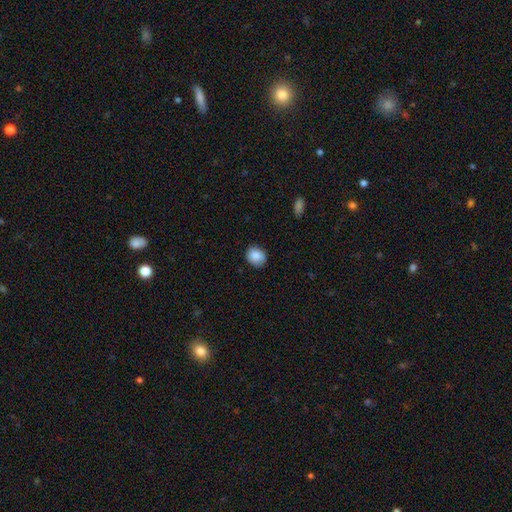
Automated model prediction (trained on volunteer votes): A smooth galaxy with no disk features (86%) that is round (59%).

Vote fractions:
- Smooth or featured? smooth: 86% / star or artifact: 8% / featured or disk: 6%
- How rounded? round: 59% / in between: 40% / cigar-shaped: 1%
- Merging? none: 83% / minor disturbance: 14% / major disturbance: 2% / merger: 1%